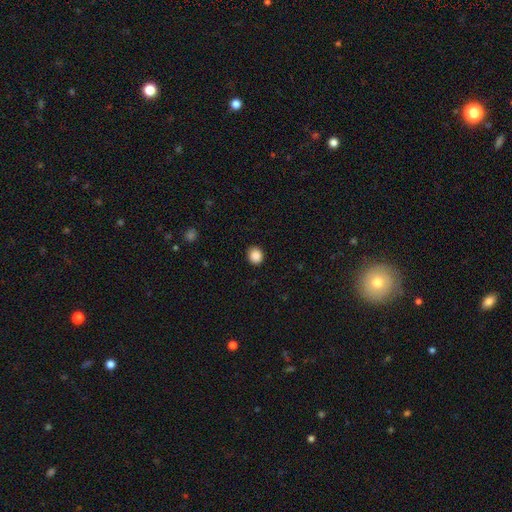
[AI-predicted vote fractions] A smooth galaxy with no disk features (88%) that is round (82%).

Vote fractions:
- Smooth or featured? smooth: 88% / star or artifact: 9% / featured or disk: 3%
- How rounded? round: 82% / in between: 17% / cigar-shaped: 1%
- Merging? none: 90% / minor disturbance: 7% / major disturbance: 2% / merger: 1%